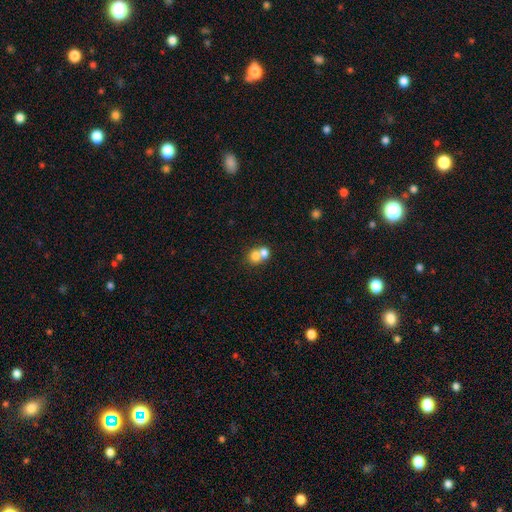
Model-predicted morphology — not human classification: A smooth galaxy with no disk features (73%) that is round (73%).

Vote fractions:
- Smooth or featured? smooth: 73% / featured or disk: 16% / star or artifact: 10%
- How rounded? round: 73% / in between: 26% / cigar-shaped: 1%
- Merging? merger: 64% / none: 28% / minor disturbance: 5% / major disturbance: 3%